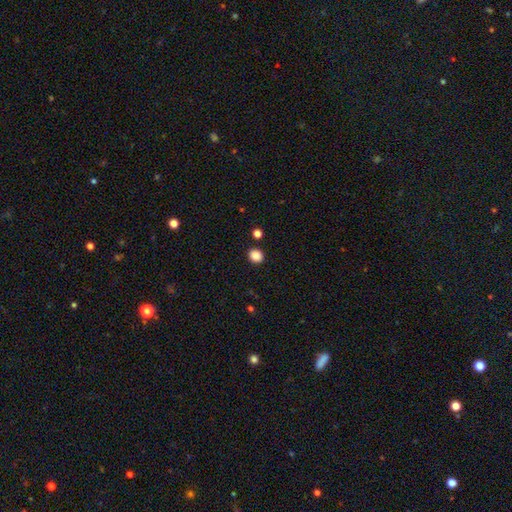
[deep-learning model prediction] This appears to be a smooth galaxy with no disk features (87%) that is round (76%). Merging: none (89%).